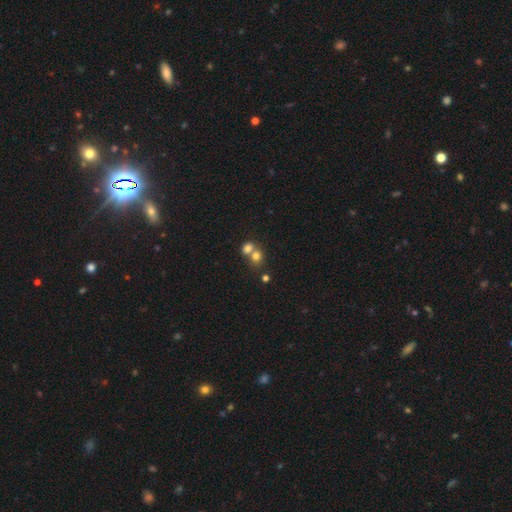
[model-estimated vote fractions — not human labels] This appears to be a smooth galaxy with no disk features (75%) that is round (64%). Merging: merger (60%).